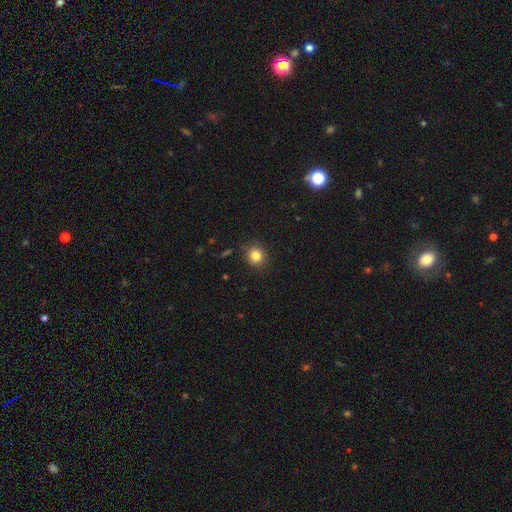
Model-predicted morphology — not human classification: This appears to be a smooth galaxy with no disk features (83%) that is round (83%). Merging: none (87%).